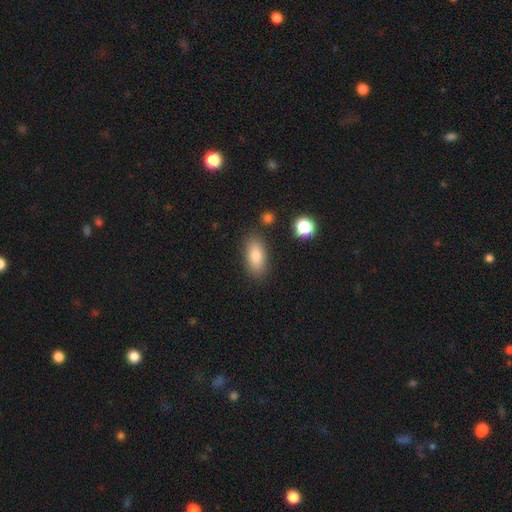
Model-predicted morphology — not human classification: The model was most divided on "how rounded": in between: 84%, cigar-shaped: 12%, round: 3%. More confident: merging — none (84%); smooth or featured — smooth (82%).